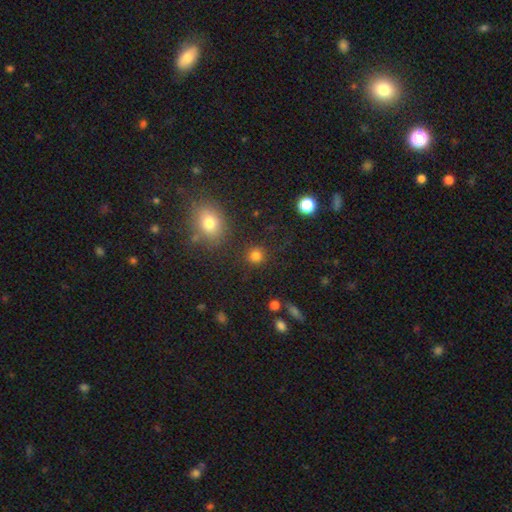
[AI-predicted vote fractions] Morphology: type=smooth (81%); roundness=round (88%); merging=none (86%).